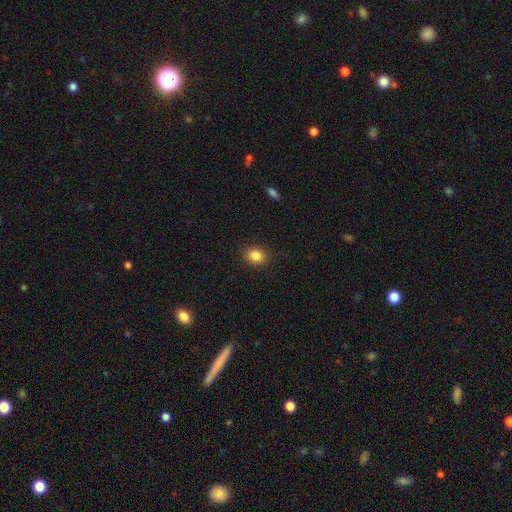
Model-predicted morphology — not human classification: Smooth or featured: smooth — 86% (star or artifact — 10%)
How rounded: in between — 55% (round — 44%)
Merging: none — 87% (minor disturbance — 9%)